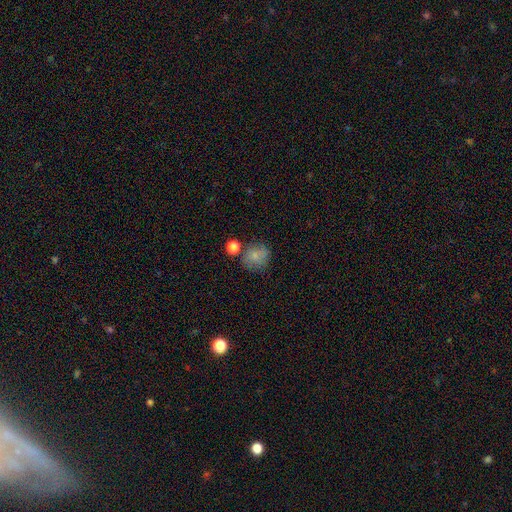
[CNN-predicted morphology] smooth-or-featured: smooth: 78% | star or artifact: 11% | featured or disk: 11%
  how-rounded: round: 81% | in between: 18% | cigar-shaped: 1%
  merging: none: 65% | minor disturbance: 17% | merger: 11% | major disturbance: 6%